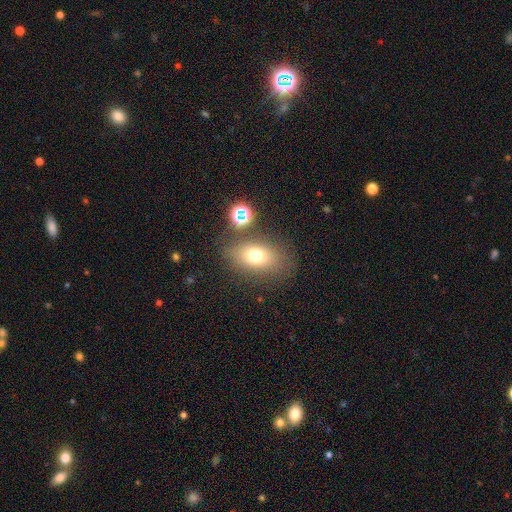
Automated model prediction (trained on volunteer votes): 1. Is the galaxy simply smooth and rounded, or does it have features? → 71% smooth, 15% featured or disk, 14% star or artifact.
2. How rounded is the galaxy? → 78% in between, 19% round, 3% cigar-shaped.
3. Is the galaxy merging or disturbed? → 74% none, 13% minor disturbance, 7% merger, 6% major disturbance.